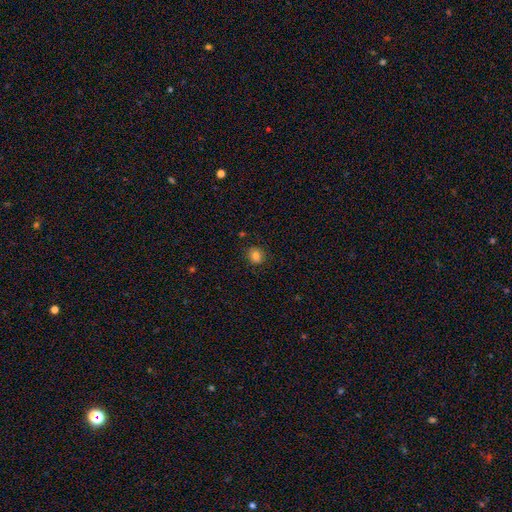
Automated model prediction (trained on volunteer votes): A smooth galaxy with no disk features (83%) that is round (77%).

Vote fractions:
- Smooth or featured? smooth: 83% / star or artifact: 12% / featured or disk: 5%
- How rounded? round: 77% / in between: 22% / cigar-shaped: 1%
- Merging? none: 87% / minor disturbance: 9% / major disturbance: 2% / merger: 1%